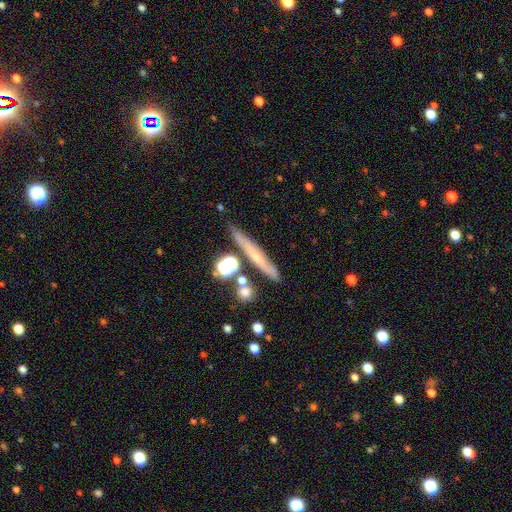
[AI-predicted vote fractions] Smooth or featured? Predicted: featured or disk (p=0.44). Merging? Predicted: none (p=0.73).